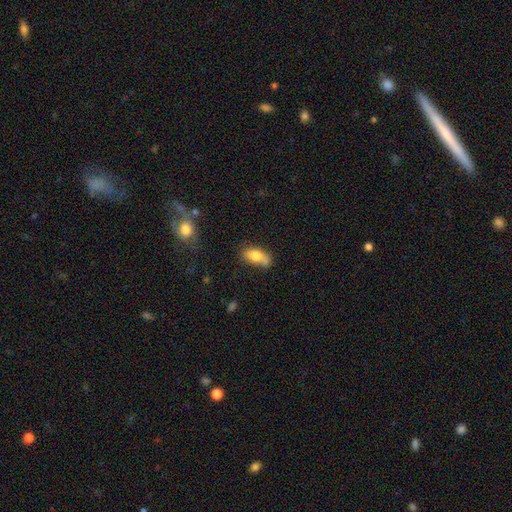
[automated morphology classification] Q: Smooth or featured?
A: smooth (77%); runner-up: featured or disk (15%)
Q: How rounded?
A: in between (86%); runner-up: cigar-shaped (8%)
Q: Merging?
A: none (44%); runner-up: minor disturbance (25%)